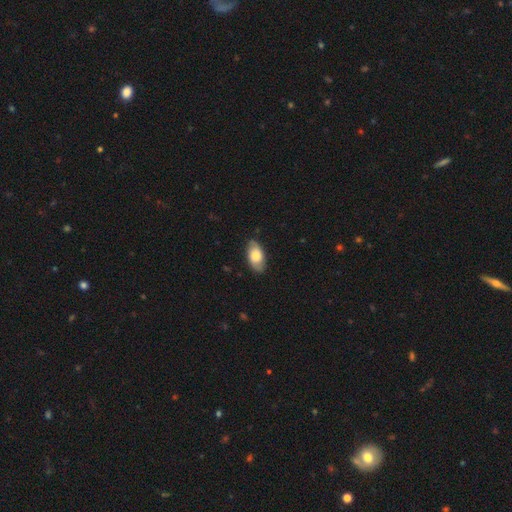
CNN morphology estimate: Q: Smooth or featured?
A: smooth (66%); runner-up: featured or disk (28%)
Q: How rounded?
A: in between (93%); runner-up: cigar-shaped (4%)
Q: Merging?
A: none (81%); runner-up: minor disturbance (14%)